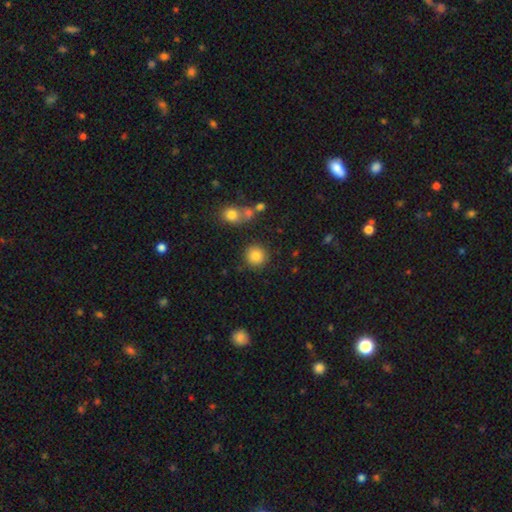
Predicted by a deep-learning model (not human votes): This appears to be a smooth galaxy with no disk features (84%) that is round (92%). Merging: none (86%).